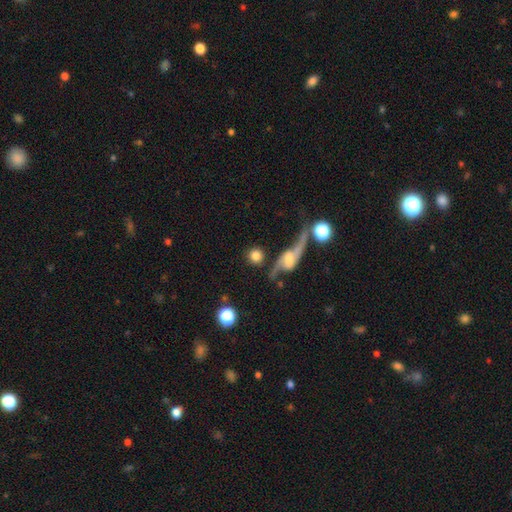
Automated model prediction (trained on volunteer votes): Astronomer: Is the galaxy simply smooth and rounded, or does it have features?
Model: smooth — 69%.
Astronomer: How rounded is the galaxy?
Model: round — 88%.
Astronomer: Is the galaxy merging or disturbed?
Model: none — 68%.